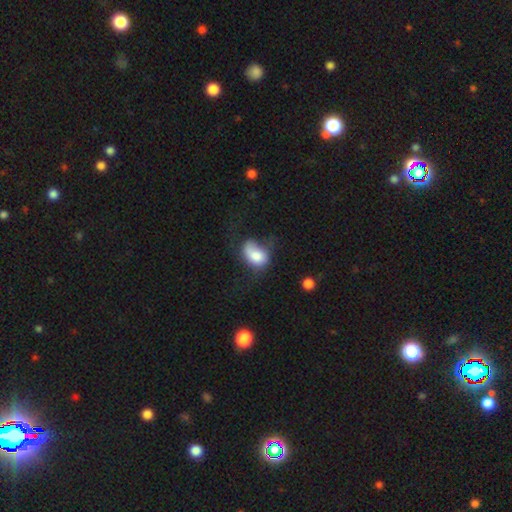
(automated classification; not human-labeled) Smooth or featured?
  - smooth: 74% *
  - featured or disk: 18%
  - star or artifact: 8%
How rounded?
  - in between: 77% *
  - round: 22%
  - cigar-shaped: 1%
Merging?
  - minor disturbance: 33% *
  - major disturbance: 31%
  - none: 30%
  - merger: 6%